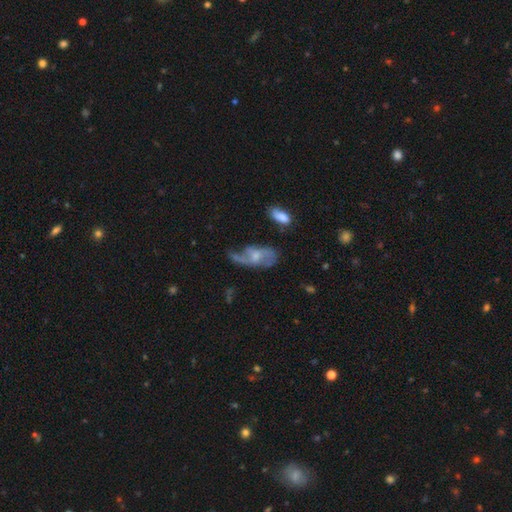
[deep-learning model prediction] The model was most divided on "bulge size": small: 42%, moderate: 36%, none: 16%, large: 5%, dominant: 1%. Remaining: edge-on disk — no (93%); spiral arms — yes (79%); smooth or featured — featured or disk (67%); bar — no (55%); merging — none (39%).